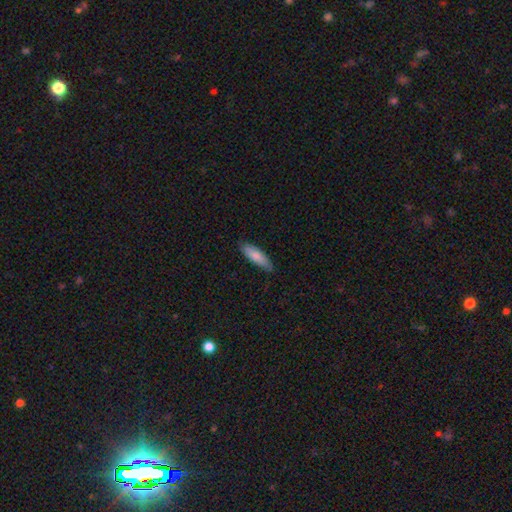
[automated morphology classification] The model was most divided on "how rounded": cigar-shaped: 50%, in between: 49%, round: 1%. More confident: smooth or featured — smooth (84%); merging — none (82%).